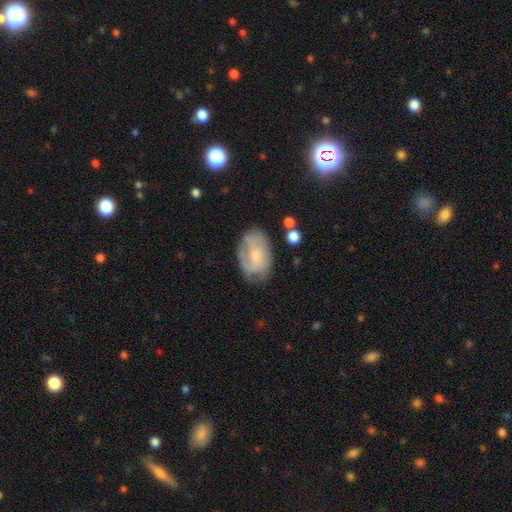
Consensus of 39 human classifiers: Q: Smooth or featured?
A: smooth (62%); runner-up: featured or disk (28%)
Q: How rounded?
A: in between (92%); runner-up: round (8%)
Q: Merging?
A: none (49%); runner-up: minor disturbance (31%)